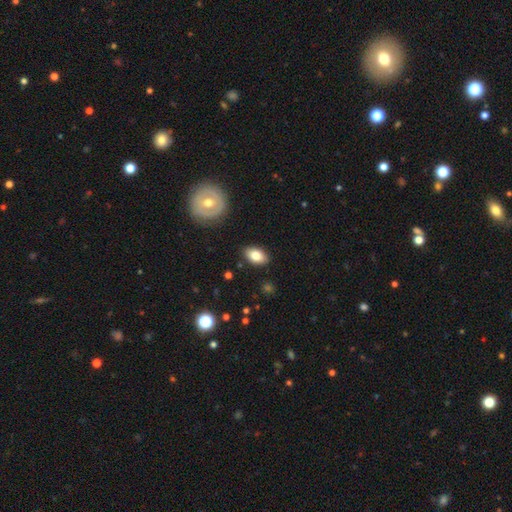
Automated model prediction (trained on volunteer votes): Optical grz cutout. It shows a smooth galaxy with no disk features (80%) that is in between round and cigar-shaped (90%). Merging: none (87%).